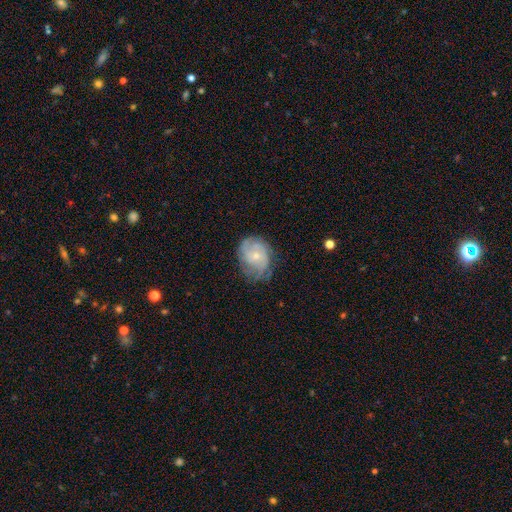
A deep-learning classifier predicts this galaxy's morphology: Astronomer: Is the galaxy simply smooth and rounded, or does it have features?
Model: featured or disk — 58% (runner-up: smooth, 35%).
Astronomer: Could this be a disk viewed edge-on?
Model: no — 97%.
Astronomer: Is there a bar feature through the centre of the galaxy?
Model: no — 78%.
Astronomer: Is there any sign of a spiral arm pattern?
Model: yes — 78%.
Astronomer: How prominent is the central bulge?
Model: small — 64%.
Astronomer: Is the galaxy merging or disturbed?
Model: none — 58%.